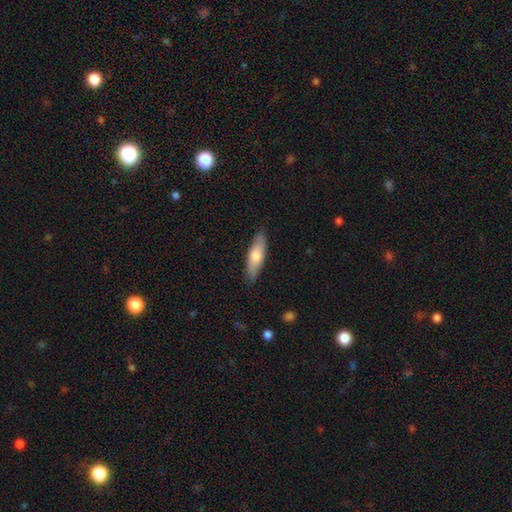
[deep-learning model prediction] Overall: smooth (68%). How rounded: cigar-shaped (50%; in between 48%). Merging: none (86%).